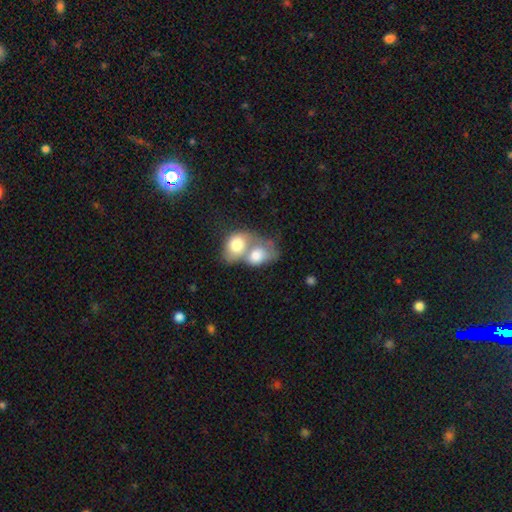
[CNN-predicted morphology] Q: Smooth or featured?
A: smooth (71%); runner-up: featured or disk (23%)
Q: How rounded?
A: in between (73%); runner-up: round (26%)
Q: Merging?
A: merger (79%); runner-up: none (10%)